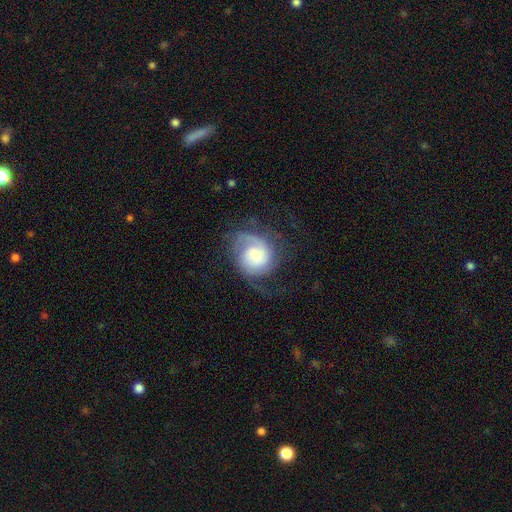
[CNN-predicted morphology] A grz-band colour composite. It shows a featured or disk galaxy (72%) with no bar (64%), 2 (53%) medium (43%) spiral arms (95%) and a moderate central bulge (31%). Merging: none (57%).